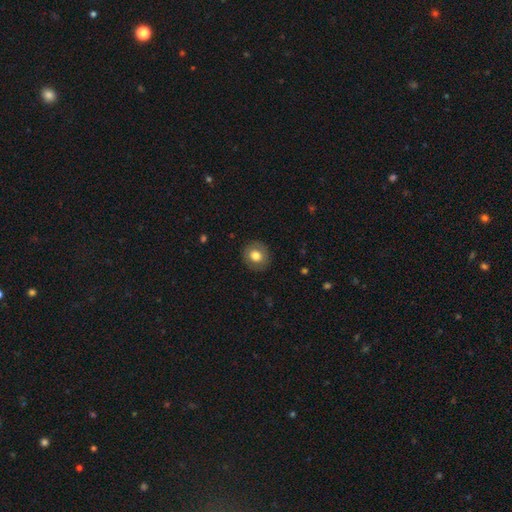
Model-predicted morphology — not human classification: This is likely a smooth galaxy (73%). How rounded: clearly round (84%). Merging: clearly none (88%).